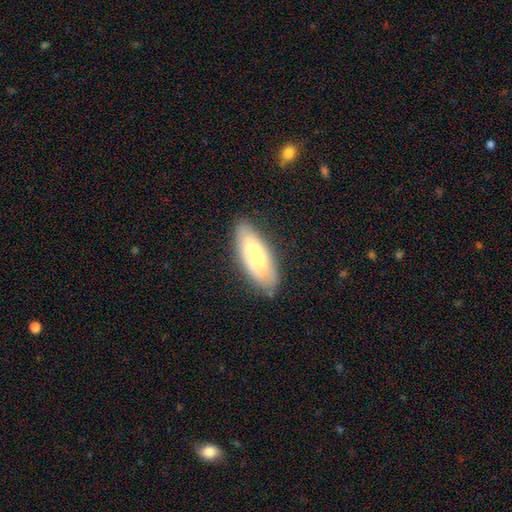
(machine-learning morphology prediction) type=smooth (67%); roundness=in between (75%); merging=none (83%).